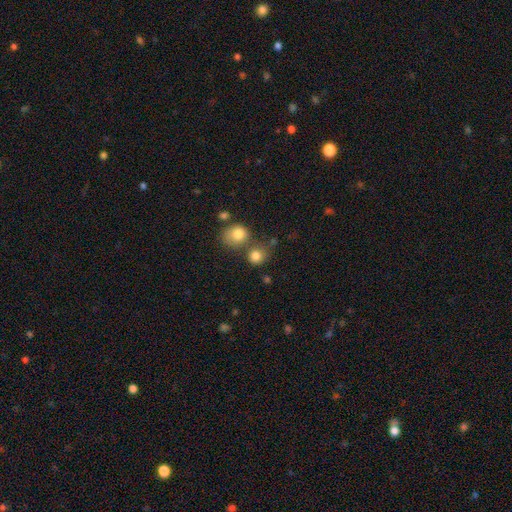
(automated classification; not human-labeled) Smooth or featured?
  - smooth: 81% *
  - star or artifact: 11%
  - featured or disk: 8%
How rounded?
  - round: 83% *
  - in between: 16%
  - cigar-shaped: 1%
Merging?
  - none: 57% *
  - merger: 27%
  - minor disturbance: 11%
  - major disturbance: 5%